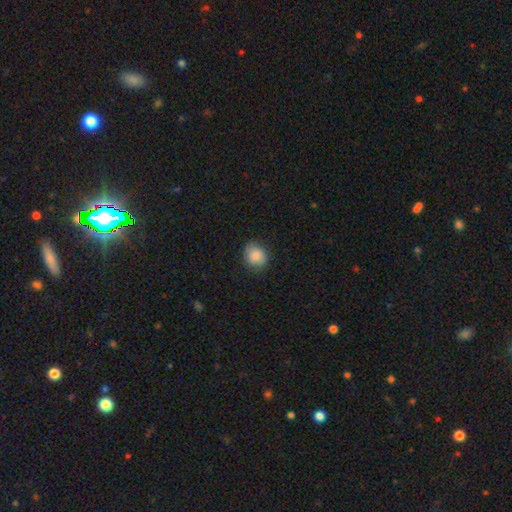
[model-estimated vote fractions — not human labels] Smooth or featured?
  - smooth: 86% *
  - star or artifact: 8%
  - featured or disk: 6%
How rounded?
  - round: 65% *
  - in between: 34%
  - cigar-shaped: 1%
Merging?
  - none: 82% *
  - minor disturbance: 14%
  - major disturbance: 3%
  - merger: 1%